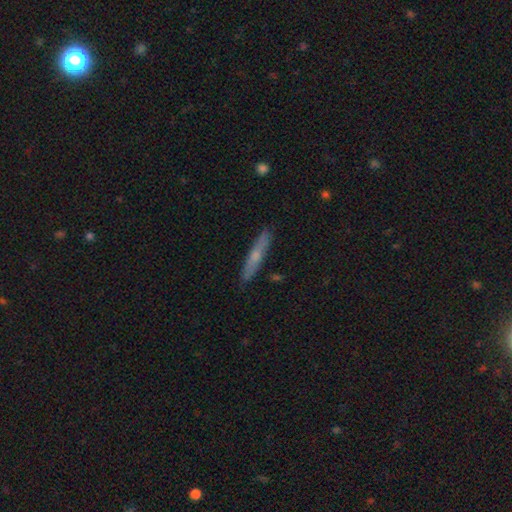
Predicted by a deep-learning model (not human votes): Smooth or featured: smooth — 47% (featured or disk — 46%)
Merging: none — 89% (minor disturbance — 8%)